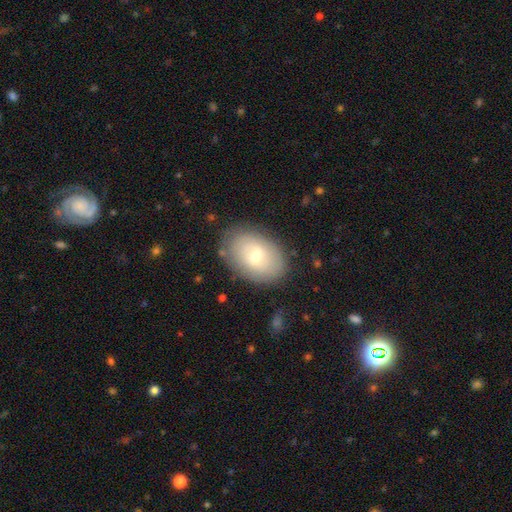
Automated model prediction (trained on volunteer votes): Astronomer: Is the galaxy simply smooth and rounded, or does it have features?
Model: smooth — 59% (runner-up: featured or disk, 34%).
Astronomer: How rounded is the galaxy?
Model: in between — 87%.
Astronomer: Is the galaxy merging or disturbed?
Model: none — 79%.